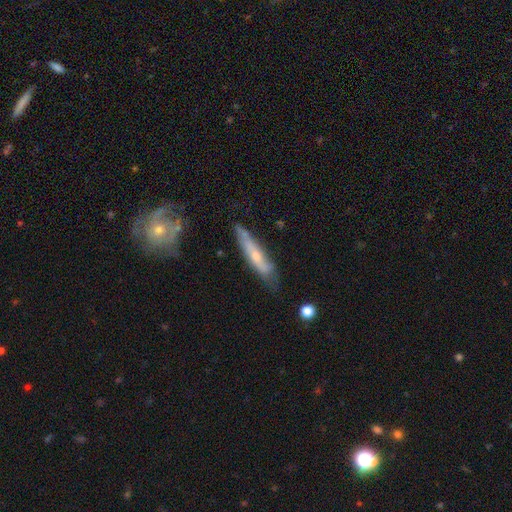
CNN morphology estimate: Smooth or featured? featured or disk (55%)
Edge-on disk? yes (67%)
Merging? none (64%)